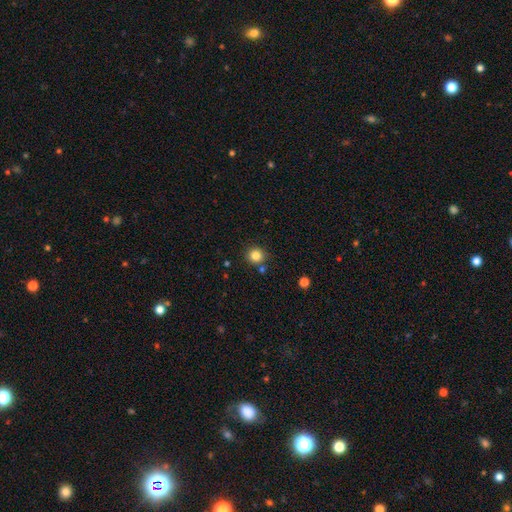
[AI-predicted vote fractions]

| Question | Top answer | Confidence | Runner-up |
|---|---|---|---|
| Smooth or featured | smooth | 83% | star or artifact (12%) |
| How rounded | round | 93% | in between (7%) |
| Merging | none | 84% | minor disturbance (8%) |